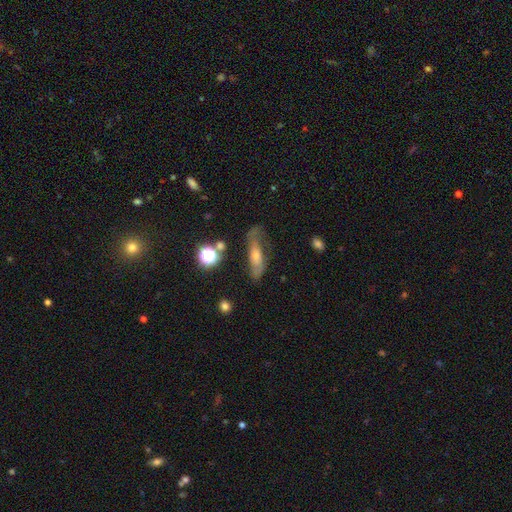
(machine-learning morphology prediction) smooth-or-featured: featured or disk: 57% | smooth: 30% | star or artifact: 13%
  disk-edge-on: no: 71% | yes: 29%
  merging: none: 59% | minor disturbance: 22% | major disturbance: 15% | merger: 4%